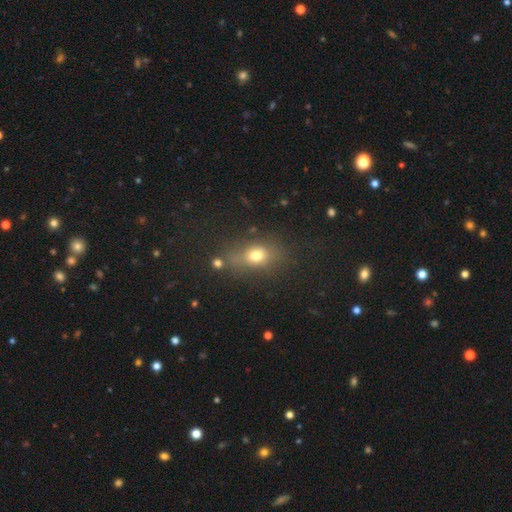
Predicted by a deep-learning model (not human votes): smooth_or_featured: smooth (p=0.68) [alt: star or artifact p=0.19]
how_rounded: in between (p=0.59) [alt: round p=0.35]
merging: none (p=0.63) [alt: minor disturbance p=0.18]